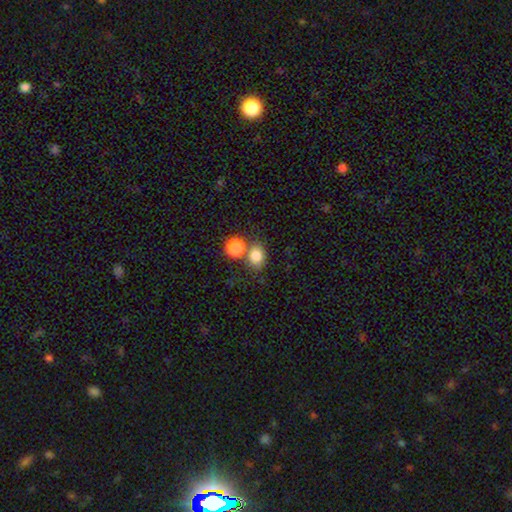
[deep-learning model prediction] Smooth or featured? Predicted: smooth (p=0.82). How rounded? Predicted: round (p=0.51). Merging? Predicted: none (p=0.59).